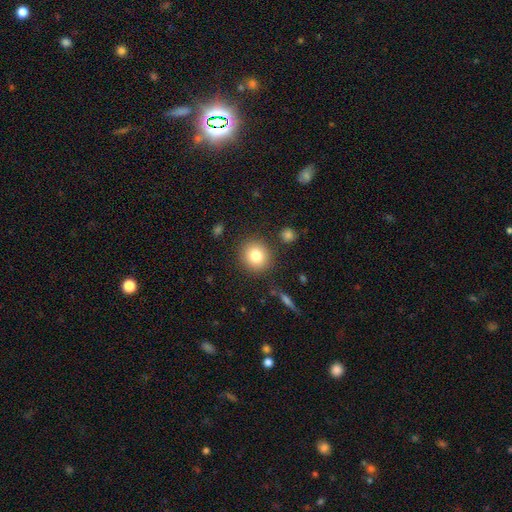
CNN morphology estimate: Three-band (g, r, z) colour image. It shows a smooth galaxy with no disk features (80%) that is round (88%). Merging: none (87%).